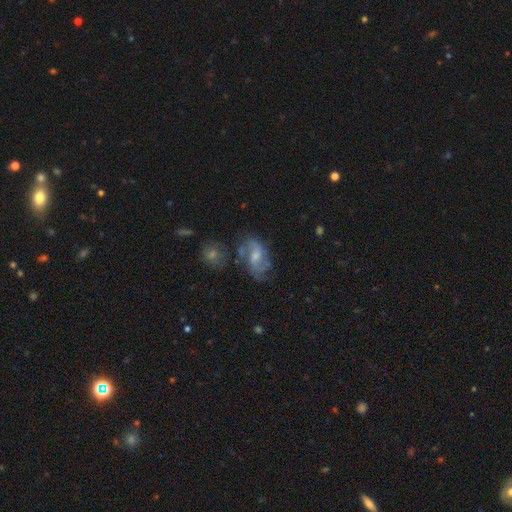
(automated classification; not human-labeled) Smooth or featured? Predicted: featured or disk (p=0.66). Edge-on disk? Predicted: no (p=0.96). Bar? Predicted: no (p=0.48). Spiral arms? Predicted: yes (p=0.83). Spiral winding? Predicted: medium (p=0.46). Spiral arm count? Predicted: 2 (p=0.61). Bulge size? Predicted: moderate (p=0.48). Merging? Predicted: none (p=0.51).